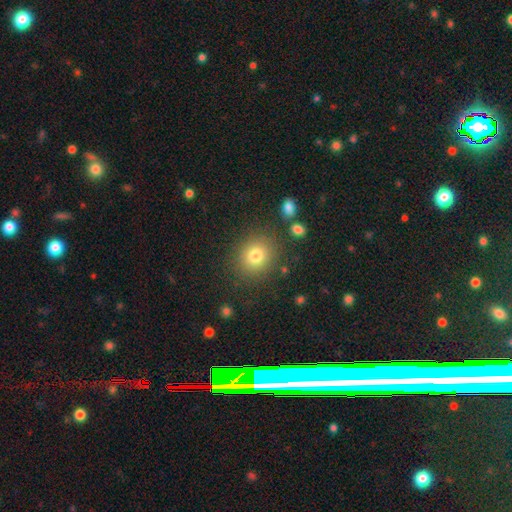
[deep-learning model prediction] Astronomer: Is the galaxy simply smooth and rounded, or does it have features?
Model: smooth — 79%.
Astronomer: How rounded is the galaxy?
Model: round — 81%.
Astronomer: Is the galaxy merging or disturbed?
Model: none — 85%.